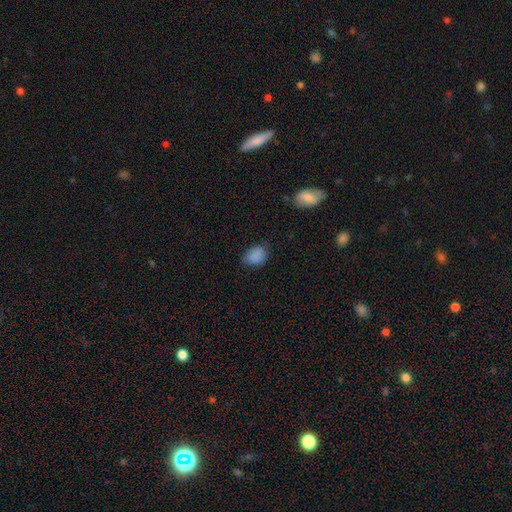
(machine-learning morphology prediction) Smooth or featured?
  - smooth: 86% *
  - star or artifact: 10%
  - featured or disk: 5%
How rounded?
  - in between: 71% *
  - round: 28%
  - cigar-shaped: 1%
Merging?
  - none: 69% *
  - minor disturbance: 25%
  - major disturbance: 5%
  - merger: 1%